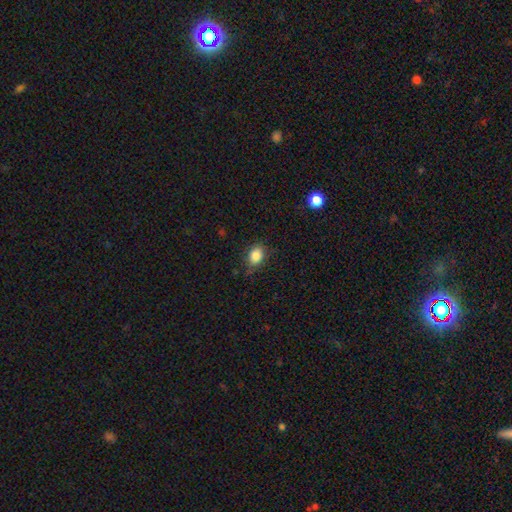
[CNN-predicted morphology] This appears to be a smooth galaxy with no disk features (85%) that is in between round and cigar-shaped (63%). Merging: none (71%).